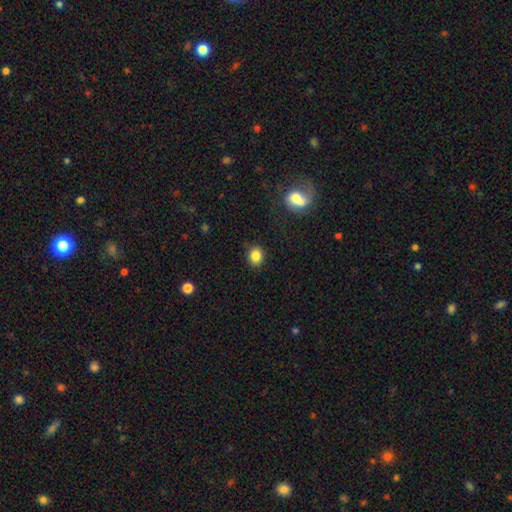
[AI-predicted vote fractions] smooth_or_featured: smooth (p=0.85) [alt: star or artifact p=0.11]
how_rounded: round (p=0.65) [alt: in between p=0.34]
merging: none (p=0.87) [alt: minor disturbance p=0.09]